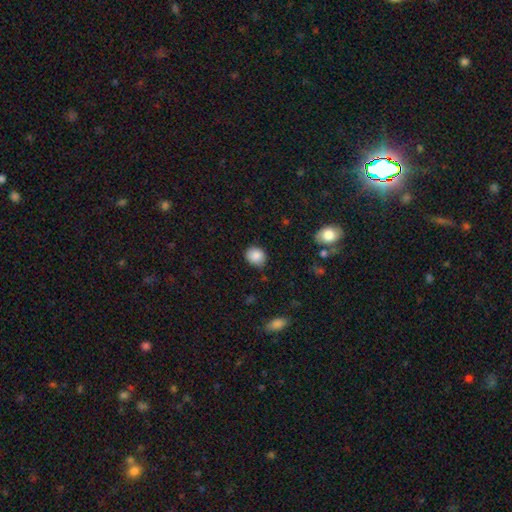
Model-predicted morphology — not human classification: The model was most divided on "how rounded": round: 69%, in between: 30%, cigar-shaped: 1%. More confident: smooth or featured — smooth (86%); merging — none (82%).